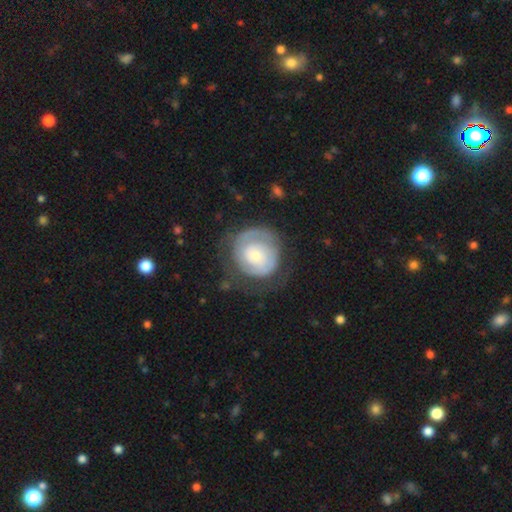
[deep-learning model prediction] Smooth or featured? Predicted: featured or disk (p=0.65). Edge-on disk? Predicted: no (p=0.98). Bar? Predicted: no (p=0.78). Spiral arms? Predicted: yes (p=0.77). Bulge size? Predicted: small (p=0.58). Merging? Predicted: none (p=0.60).